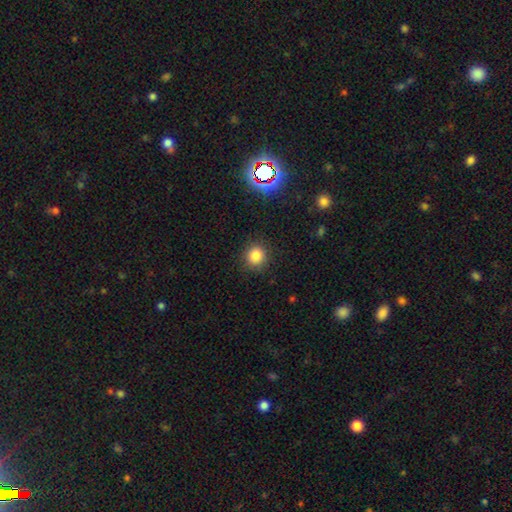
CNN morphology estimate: type=smooth (83%); roundness=round (88%); merging=none (89%).